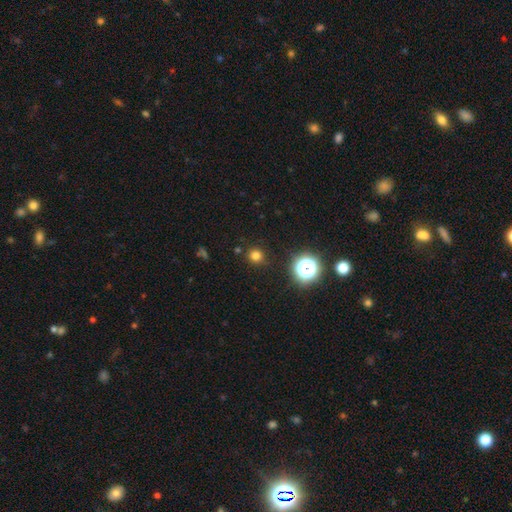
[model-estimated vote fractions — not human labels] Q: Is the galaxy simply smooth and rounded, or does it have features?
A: smooth — 75%.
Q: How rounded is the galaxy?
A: round — 92%.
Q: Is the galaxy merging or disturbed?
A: none — 89%.